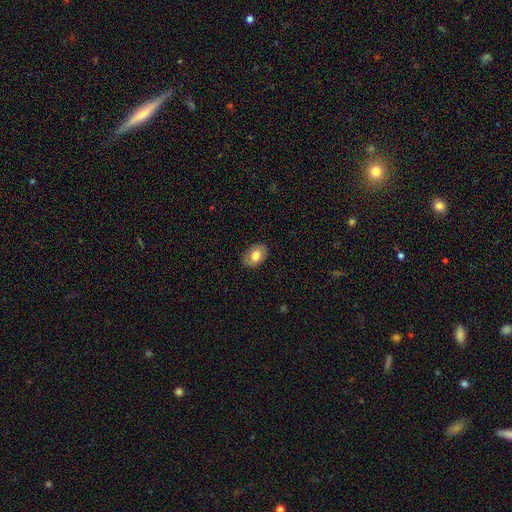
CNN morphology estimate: Smooth or featured: smooth — 73% (featured or disk — 20%)
How rounded: in between — 80% (round — 19%)
Merging: none — 86% (minor disturbance — 11%)